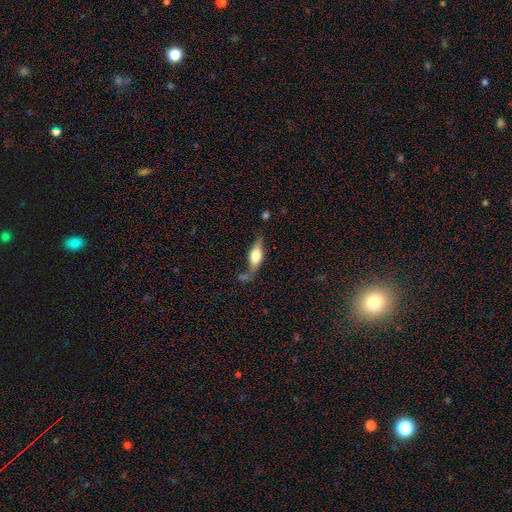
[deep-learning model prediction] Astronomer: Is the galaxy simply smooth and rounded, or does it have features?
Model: featured or disk — 47% (runner-up: smooth, 46%).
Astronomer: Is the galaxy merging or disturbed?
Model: none — 55%.